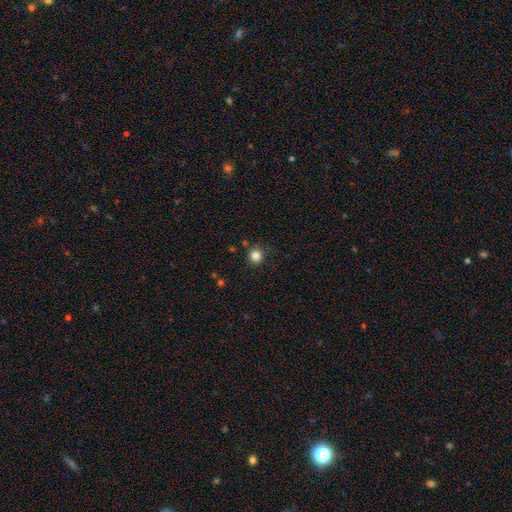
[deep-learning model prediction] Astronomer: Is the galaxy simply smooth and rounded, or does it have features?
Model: smooth — 84%.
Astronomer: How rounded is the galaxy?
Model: round — 90%.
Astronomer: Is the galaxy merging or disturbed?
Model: none — 84%.